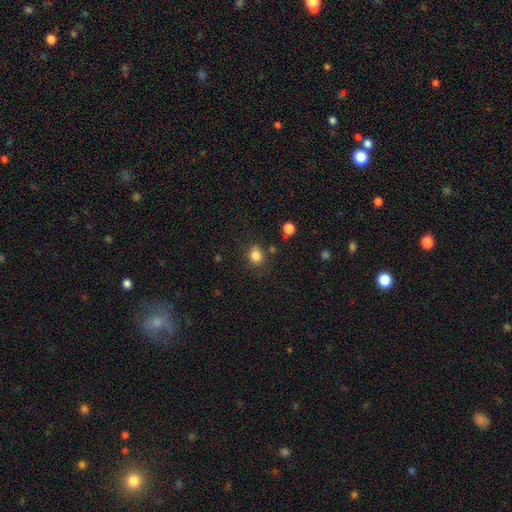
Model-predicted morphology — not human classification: A smooth galaxy with no disk features (83%) that is round (61%).

Vote fractions:
- Smooth or featured? smooth: 83% / star or artifact: 12% / featured or disk: 5%
- How rounded? round: 61% / in between: 38% / cigar-shaped: 1%
- Merging? none: 80% / minor disturbance: 13% / merger: 4% / major disturbance: 4%